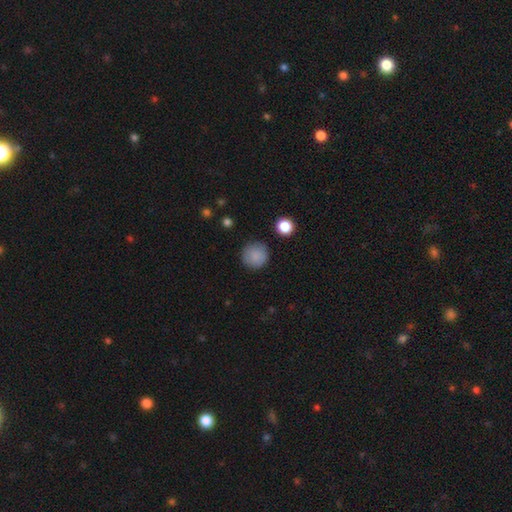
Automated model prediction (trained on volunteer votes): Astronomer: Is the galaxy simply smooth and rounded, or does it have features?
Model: smooth — 86%.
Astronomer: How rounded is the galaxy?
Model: round — 95%.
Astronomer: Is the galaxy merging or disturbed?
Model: none — 87%.